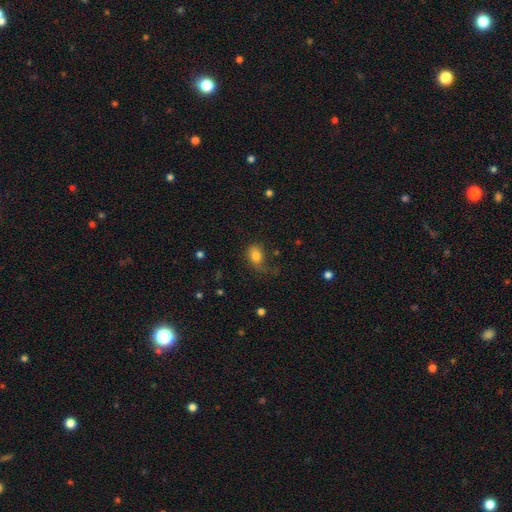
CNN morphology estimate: smooth_or_featured: smooth (p=0.79) [alt: featured or disk p=0.12]
how_rounded: in between (p=0.72) [alt: round p=0.26]
merging: none (p=0.42) [alt: major disturbance p=0.29]